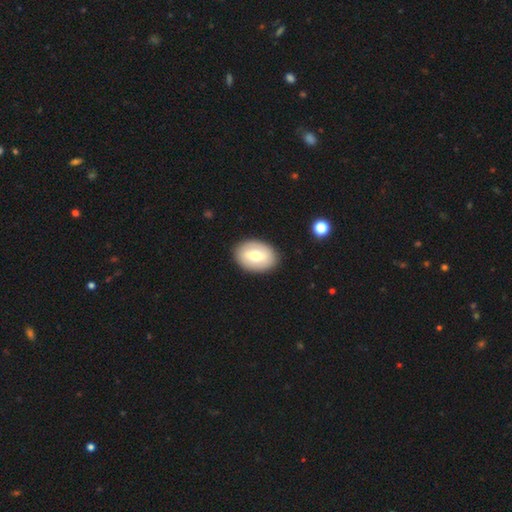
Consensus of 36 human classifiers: Morphology: type=smooth (75%); roundness=in between (89%); merging=none (89%).